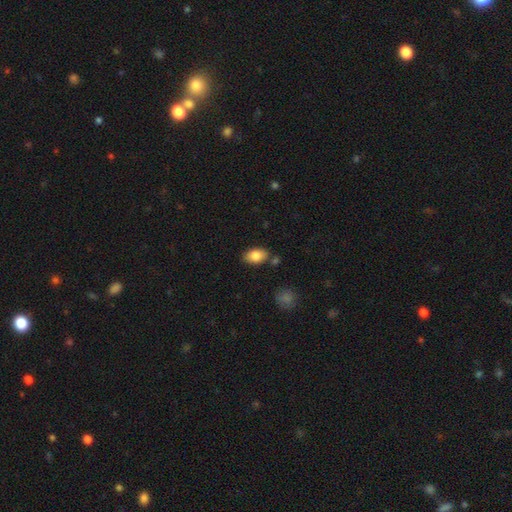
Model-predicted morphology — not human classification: Overall: smooth (84%). How rounded: in between (91%). Merging: none (80%).